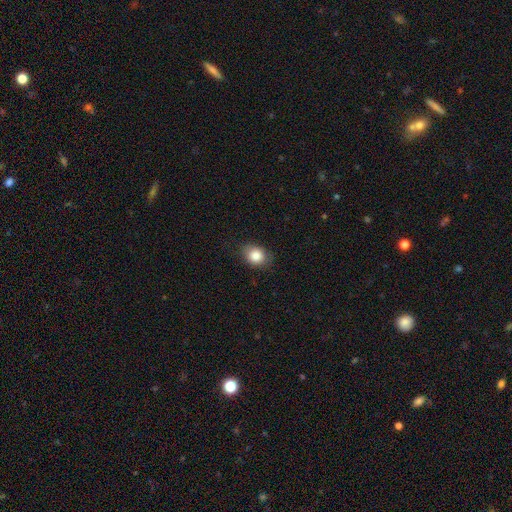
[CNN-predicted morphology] smooth-or-featured: smooth: 84% | star or artifact: 9% | featured or disk: 6%
  how-rounded: round: 54% | in between: 45% | cigar-shaped: 1%
  merging: none: 80% | minor disturbance: 16% | major disturbance: 3% | merger: 1%